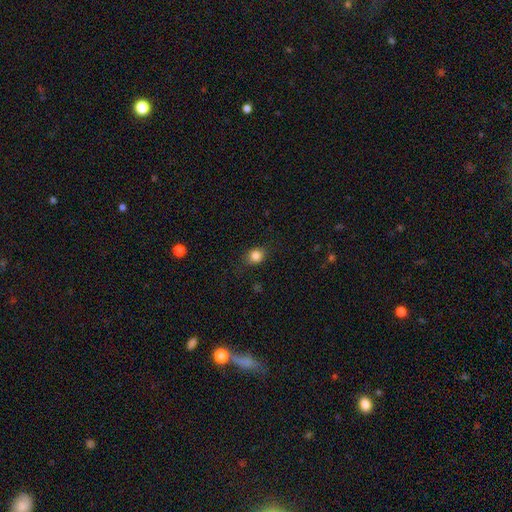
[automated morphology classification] The model was most divided on "how rounded": round: 65%, in between: 33%, cigar-shaped: 1%. More confident: smooth or featured — smooth (84%); merging — none (83%).